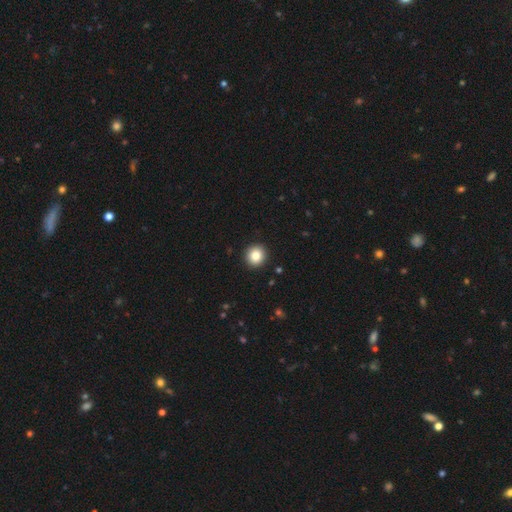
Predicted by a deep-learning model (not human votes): This is clearly a smooth galaxy (84%). How rounded: clearly round (93%). Merging: clearly none (93%).